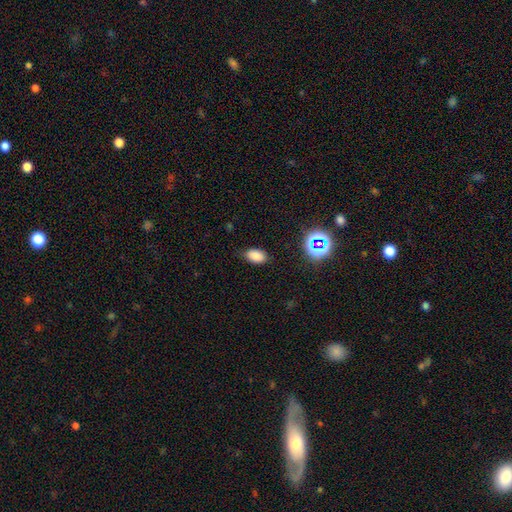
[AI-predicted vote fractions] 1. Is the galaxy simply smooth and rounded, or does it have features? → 81% smooth, 14% star or artifact, 5% featured or disk.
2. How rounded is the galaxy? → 89% in between, 10% round, 1% cigar-shaped.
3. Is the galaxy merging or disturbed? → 80% none, 16% minor disturbance, 3% major disturbance, 1% merger.